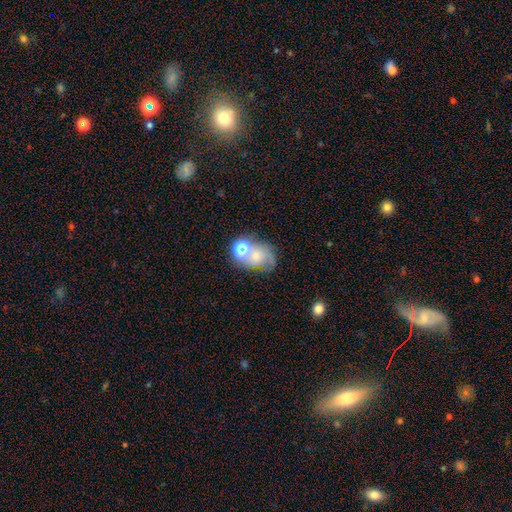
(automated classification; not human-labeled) smooth-or-featured: smooth: 46% | featured or disk: 34% | star or artifact: 19%
  merging: none: 38% | merger: 30% | minor disturbance: 17% | major disturbance: 14%